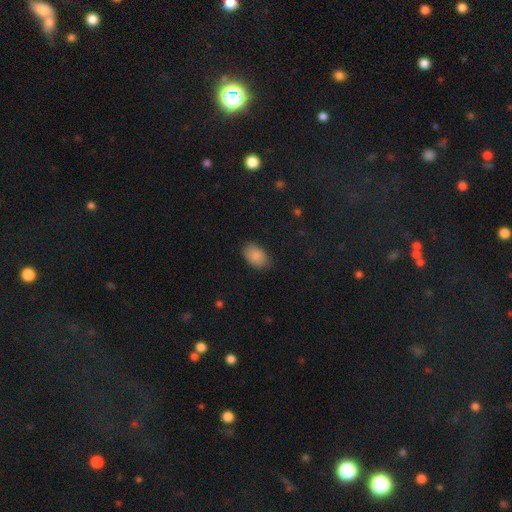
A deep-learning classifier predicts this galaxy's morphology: Smooth or featured? Predicted: smooth (p=0.88). How rounded? Predicted: in between (p=0.91). Merging? Predicted: none (p=0.81).